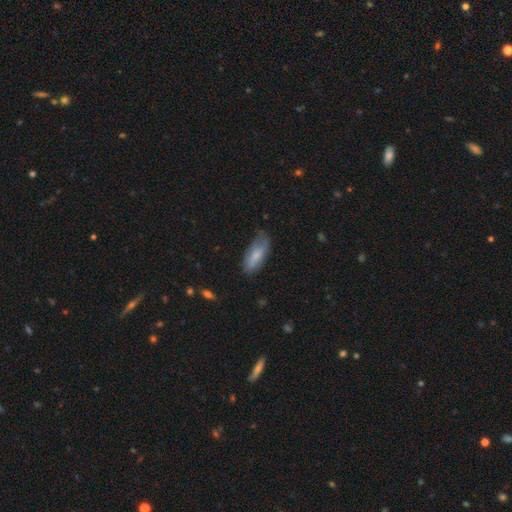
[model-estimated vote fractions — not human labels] Overall: smooth (70%). How rounded: in between (75%). Merging: none (54%; minor disturbance 34%).